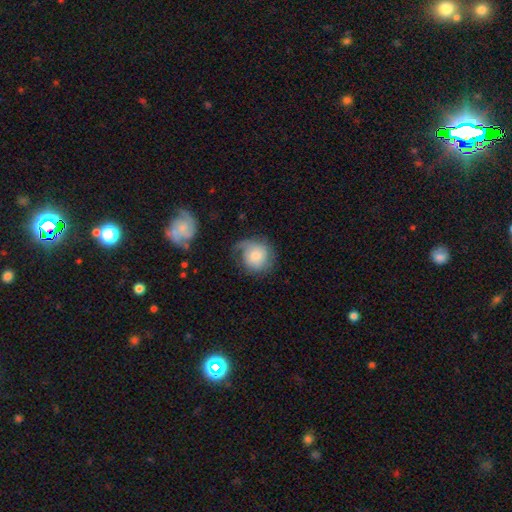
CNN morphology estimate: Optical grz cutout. It shows a smooth galaxy with no disk features (61%) that is round (81%). Merging: none (46%).